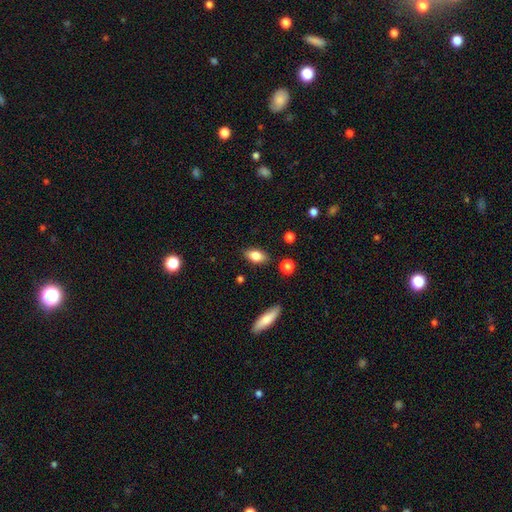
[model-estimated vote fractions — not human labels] smooth_or_featured: smooth (p=0.79) [alt: featured or disk p=0.12]
how_rounded: in between (p=0.87) [alt: cigar-shaped p=0.07]
merging: none (p=0.85) [alt: minor disturbance p=0.11]